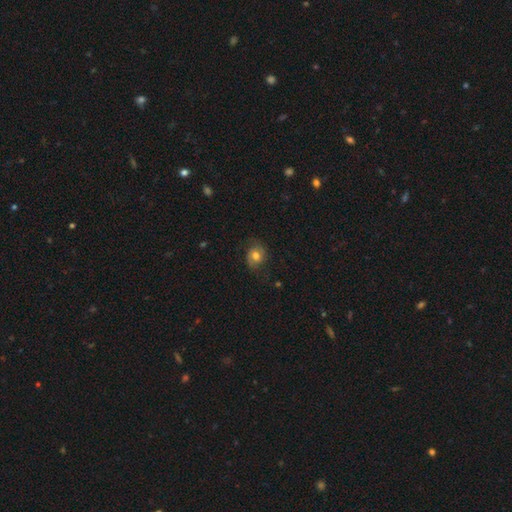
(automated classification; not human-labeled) This appears to be a smooth galaxy with no disk features (48%). Merging: none (71%).